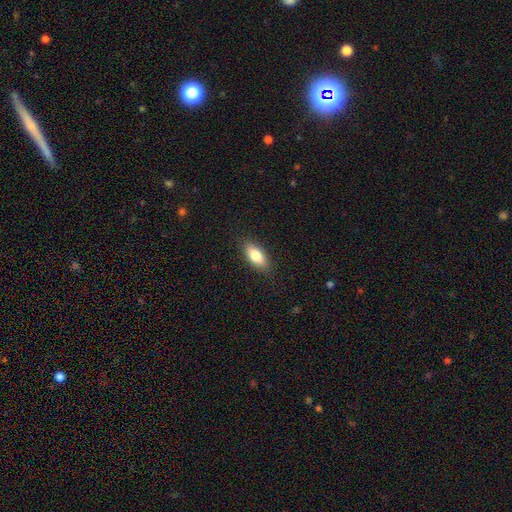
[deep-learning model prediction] This appears to be a smooth galaxy with no disk features (81%) that is in between round and cigar-shaped (84%). Merging: none (87%).